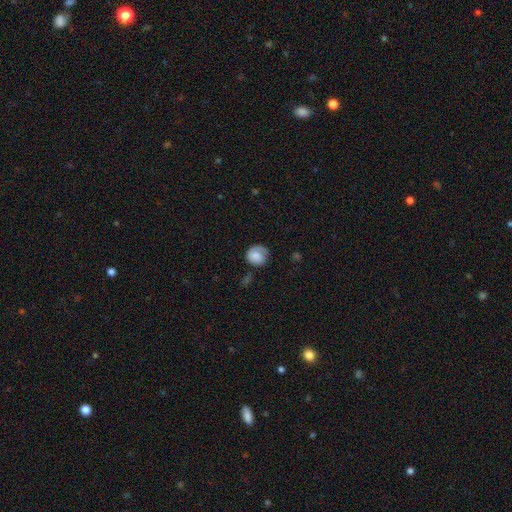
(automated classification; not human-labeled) The model was most divided on "merging": none: 53%, minor disturbance: 27%, major disturbance: 16%, merger: 3%. More confident: how rounded — round (75%); smooth or featured — smooth (62%).